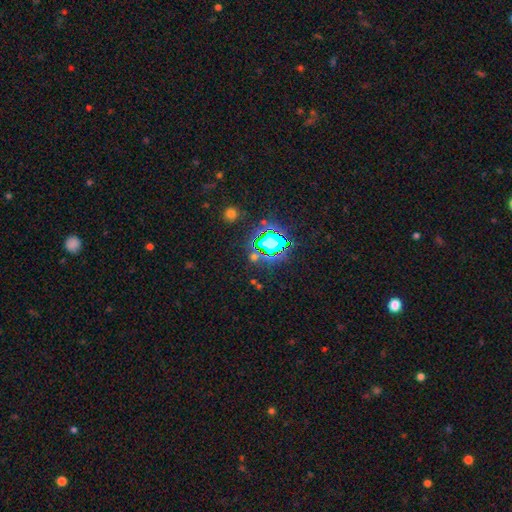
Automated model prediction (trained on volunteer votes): Overall: star or artifact (71%).